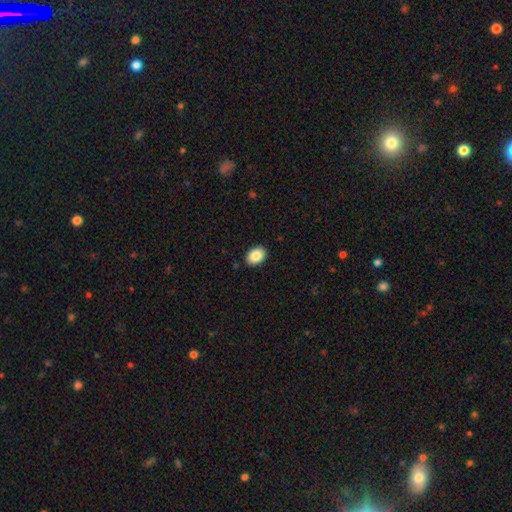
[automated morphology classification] This is clearly a smooth galaxy (88%). How rounded: likely in between (73%). Merging: clearly none (90%).